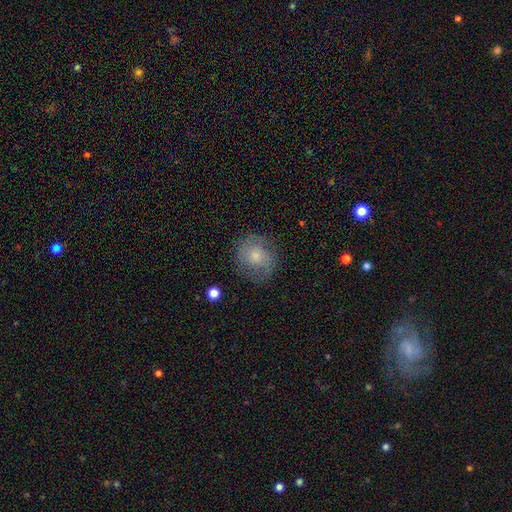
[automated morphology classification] Smooth or featured? smooth (64%)
How rounded? round (79%)
Merging? none (72%)